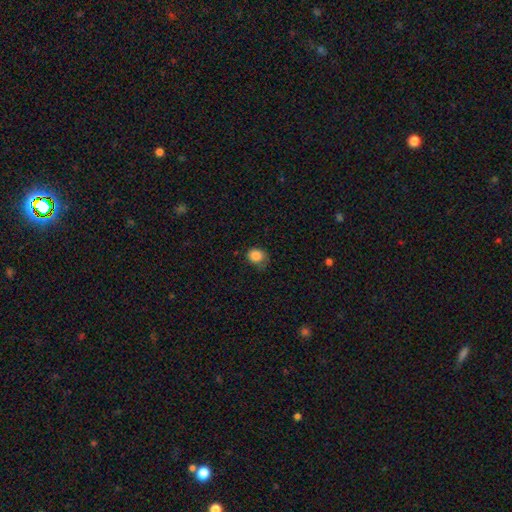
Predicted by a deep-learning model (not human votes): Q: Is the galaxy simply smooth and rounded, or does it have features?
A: smooth — 85%.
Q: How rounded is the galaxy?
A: round — 72%.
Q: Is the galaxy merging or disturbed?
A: none — 61%.